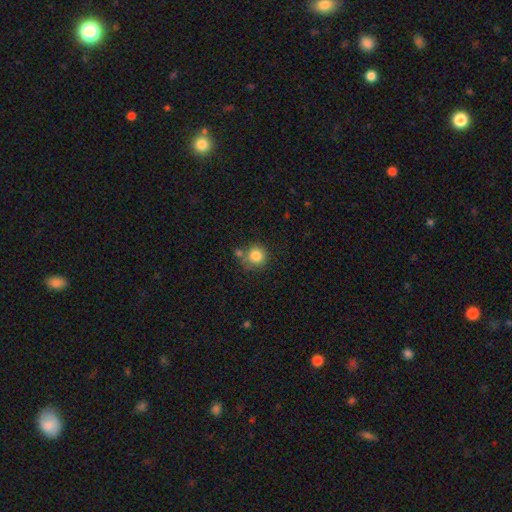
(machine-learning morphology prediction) smooth 83%, star or artifact 10%, featured or disk 7%. Down the decision tree: how rounded — round (92%); merging — none (68%).